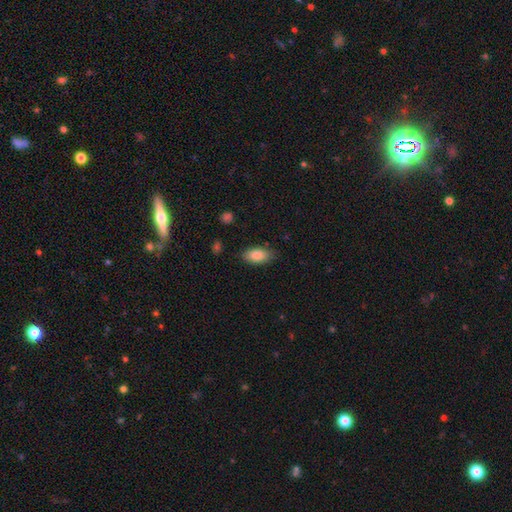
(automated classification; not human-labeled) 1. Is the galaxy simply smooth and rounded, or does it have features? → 86% smooth, 7% featured or disk, 7% star or artifact.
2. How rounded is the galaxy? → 92% in between, 5% cigar-shaped, 3% round.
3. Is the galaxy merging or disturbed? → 83% none, 13% minor disturbance, 3% major disturbance, 1% merger.